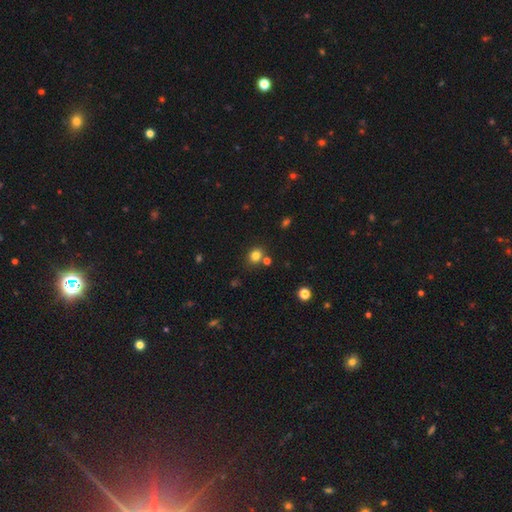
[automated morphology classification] Smooth or featured? Predicted: smooth (p=0.79). How rounded? Predicted: round (p=0.69). Merging? Predicted: none (p=0.72).